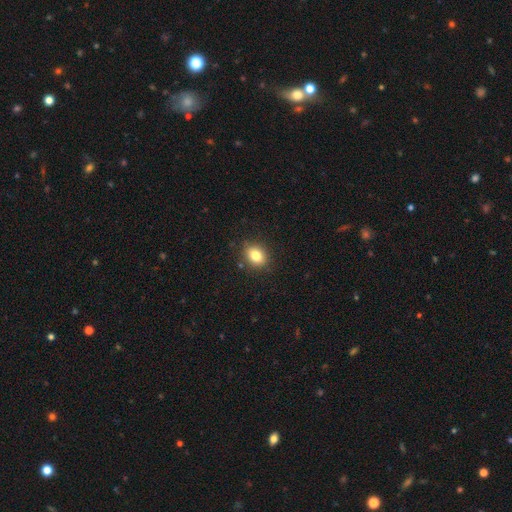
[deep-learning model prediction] Smooth or featured? Predicted: smooth (p=0.81). How rounded? Predicted: in between (p=0.51). Merging? Predicted: none (p=0.87).